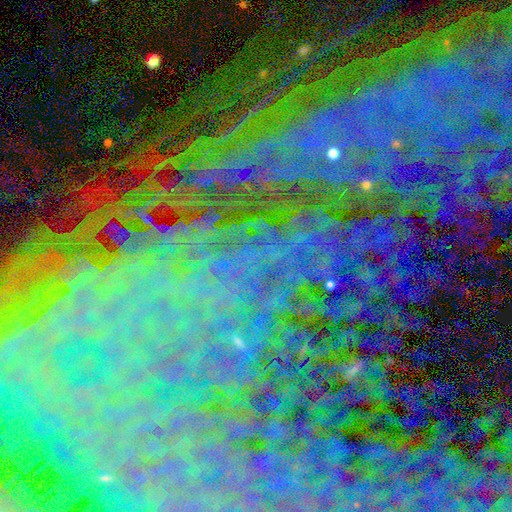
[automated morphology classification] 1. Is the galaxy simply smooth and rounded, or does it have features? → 81% star or artifact, 11% featured or disk, 8% smooth.